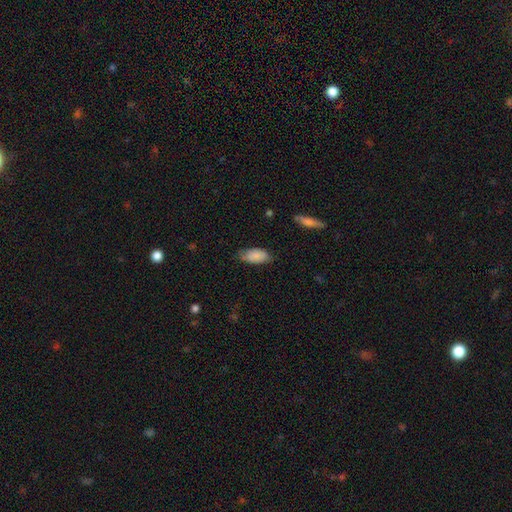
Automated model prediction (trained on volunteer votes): smooth 86%, featured or disk 7%, star or artifact 6%. Down the decision tree: how rounded — in between (92%); merging — none (70%).